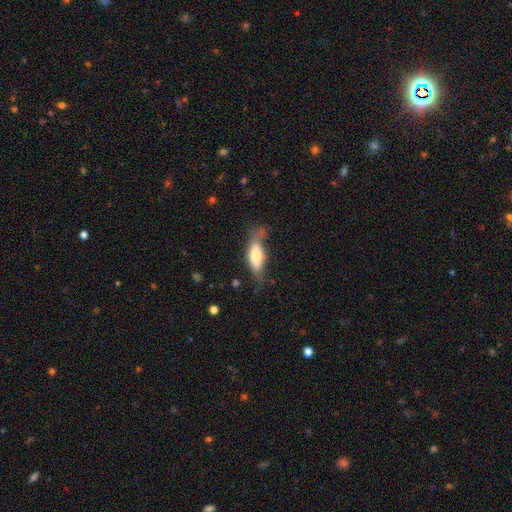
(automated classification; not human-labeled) smooth 68%, featured or disk 25%, star or artifact 7%. Down the decision tree: how rounded — in between (68%); merging — none (48%).